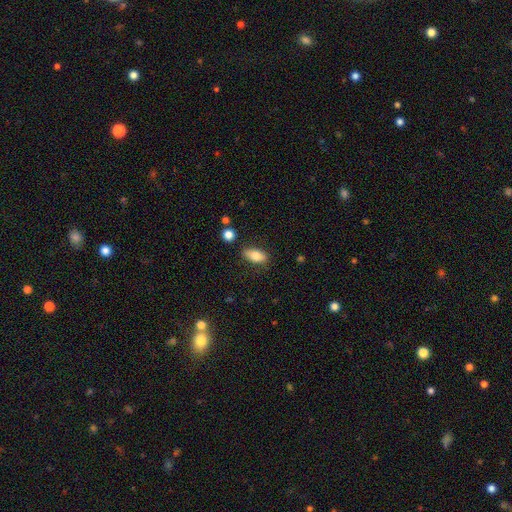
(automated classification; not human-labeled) smooth_or_featured: smooth (p=0.79) [alt: featured or disk p=0.14]
how_rounded: in between (p=0.86) [alt: cigar-shaped p=0.10]
merging: none (p=0.81) [alt: minor disturbance p=0.13]